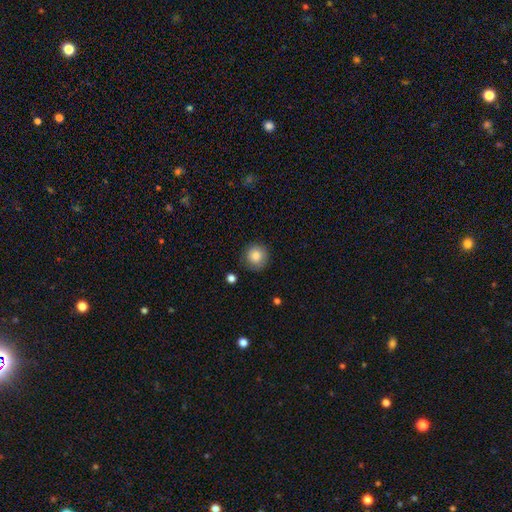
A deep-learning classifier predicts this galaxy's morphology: The model was most divided on "smooth or featured": smooth: 83%, star or artifact: 9%, featured or disk: 8%. More confident: how rounded — round (94%); merging — none (86%).